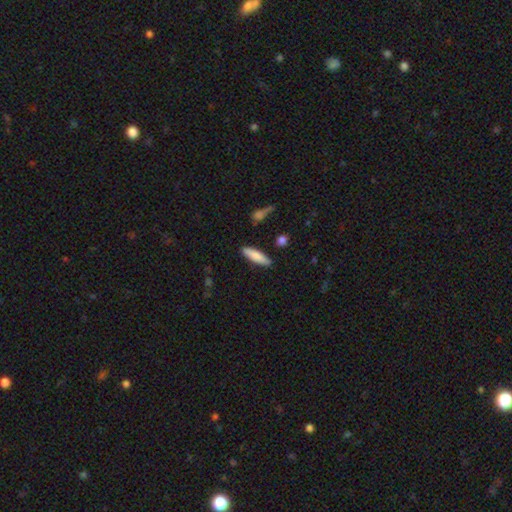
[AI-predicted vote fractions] Overall: smooth (79%). How rounded: cigar-shaped (66%; in between 33%). Merging: none (87%).